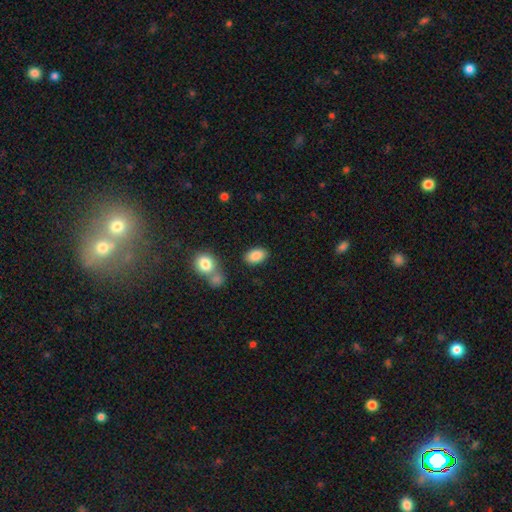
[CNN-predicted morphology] A smooth galaxy with no disk features (87%) that is in between round and cigar-shaped (90%).

Vote fractions:
- Smooth or featured? smooth: 87% / star or artifact: 8% / featured or disk: 5%
- How rounded? in between: 90% / round: 8% / cigar-shaped: 1%
- Merging? none: 82% / minor disturbance: 10% / merger: 5% / major disturbance: 3%